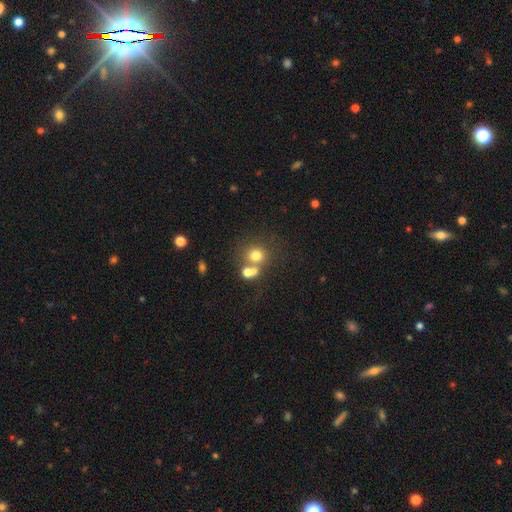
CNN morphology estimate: A smooth galaxy with no disk features (72%) that is round (81%). Merging: none (45%).